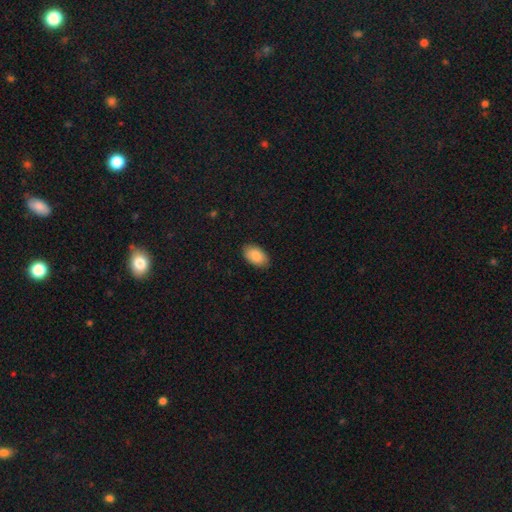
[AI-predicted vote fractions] A smooth galaxy with no disk features (86%) that is in between round and cigar-shaped (93%).

Vote fractions:
- Smooth or featured? smooth: 86% / featured or disk: 8% / star or artifact: 6%
- How rounded? in between: 93% / round: 5% / cigar-shaped: 1%
- Merging? none: 87% / minor disturbance: 10% / major disturbance: 2% / merger: 1%